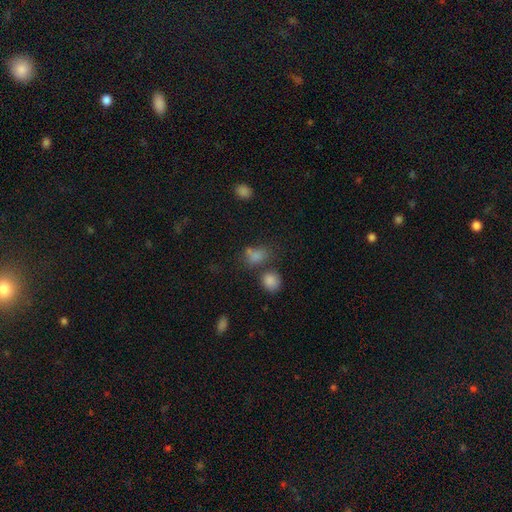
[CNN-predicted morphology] Q: Smooth or featured?
A: smooth (76%); runner-up: star or artifact (16%)
Q: How rounded?
A: in between (59%); runner-up: round (39%)
Q: Merging?
A: none (46%); runner-up: merger (32%)